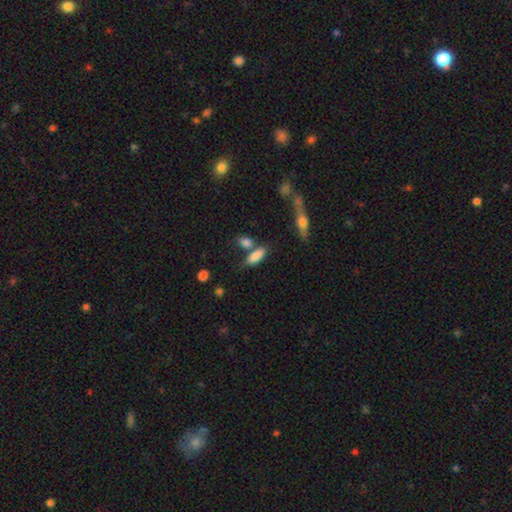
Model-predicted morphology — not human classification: Smooth or featured: smooth — 82% (featured or disk — 10%)
How rounded: in between — 73% (cigar-shaped — 24%)
Merging: none — 54% (merger — 24%)